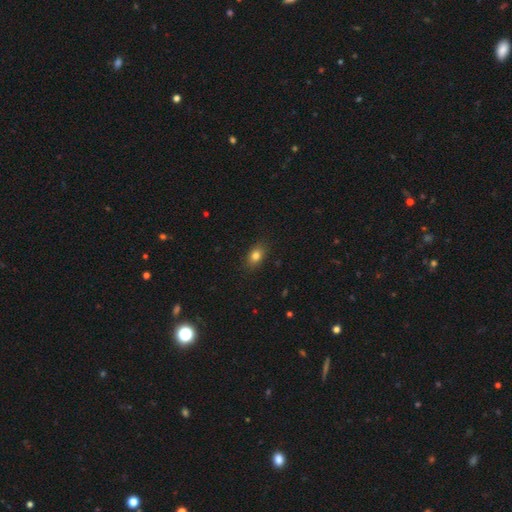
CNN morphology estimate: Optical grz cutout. It shows a smooth galaxy with no disk features (80%) that is in between round and cigar-shaped (77%). Merging: none (86%).